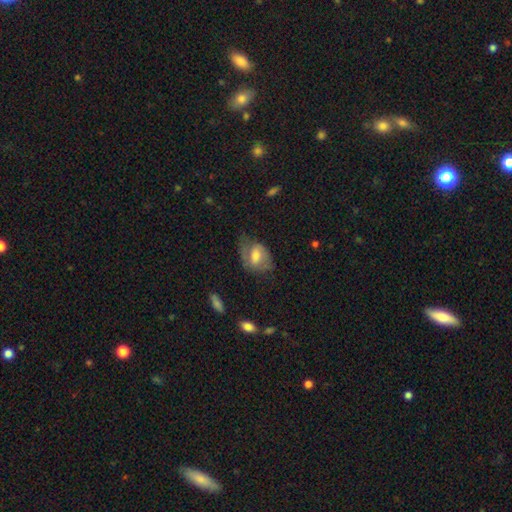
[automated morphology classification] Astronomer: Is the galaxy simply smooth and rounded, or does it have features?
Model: featured or disk — 49% (runner-up: smooth, 44%).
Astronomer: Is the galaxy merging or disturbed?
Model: none — 47% (runner-up: minor disturbance, 29%).